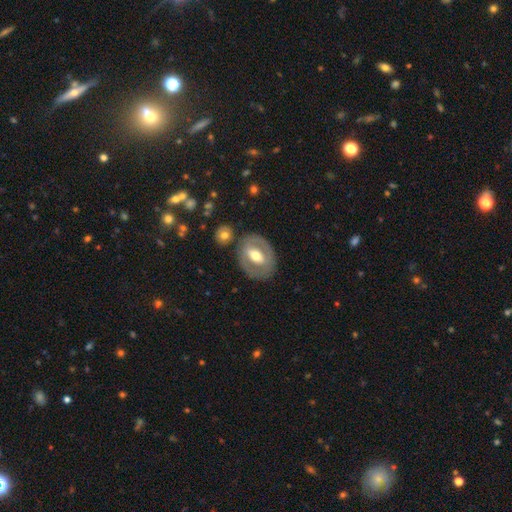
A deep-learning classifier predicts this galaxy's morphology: The model was most divided on "bar": weak: 36%, no: 34%, strong: 30%. More confident: edge-on disk — no (92%); spiral arms — no (79%); merging — none (76%); bulge size — moderate (73%); smooth or featured — featured or disk (56%).